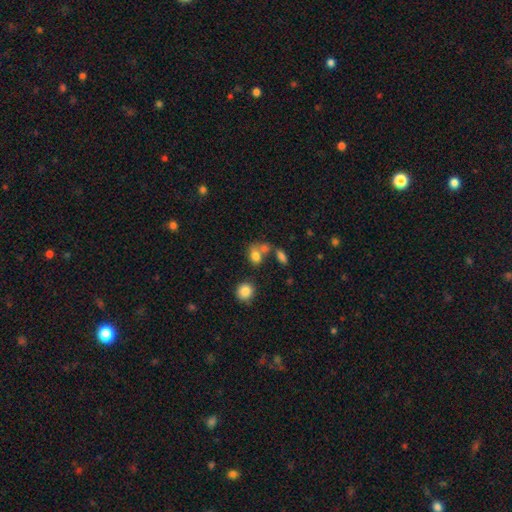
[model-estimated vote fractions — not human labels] A smooth galaxy with no disk features (77%) that is in between round and cigar-shaped (61%). Merging: none (43%).